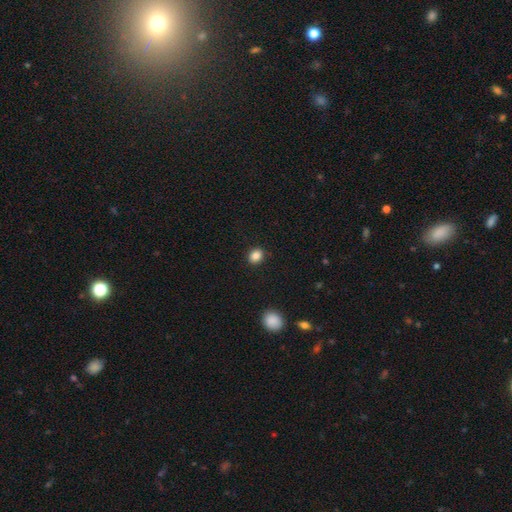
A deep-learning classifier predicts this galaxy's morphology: type=smooth (87%); roundness=round (54%); merging=none (89%).